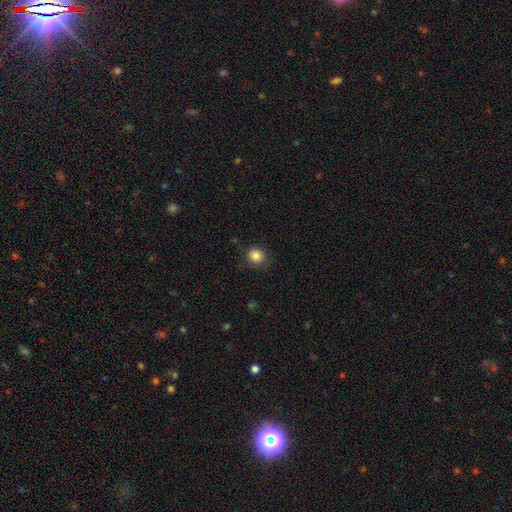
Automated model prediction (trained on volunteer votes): Smooth or featured: smooth — 86% (star or artifact — 10%)
How rounded: round — 89% (in between — 10%)
Merging: none — 84% (minor disturbance — 11%)